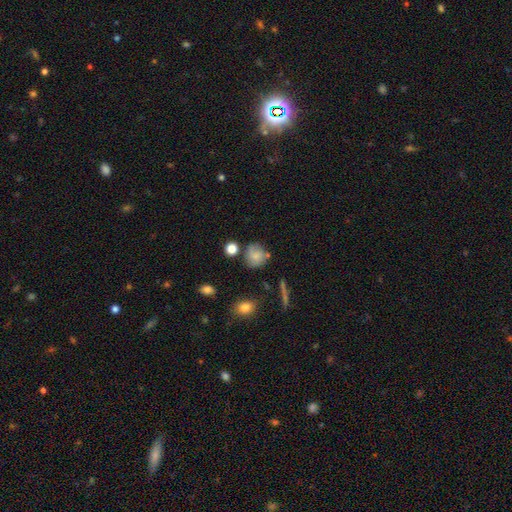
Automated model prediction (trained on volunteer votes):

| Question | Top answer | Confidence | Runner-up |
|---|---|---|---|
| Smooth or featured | smooth | 68% | featured or disk (21%) |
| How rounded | round | 78% | in between (21%) |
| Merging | none | 64% | minor disturbance (20%) |